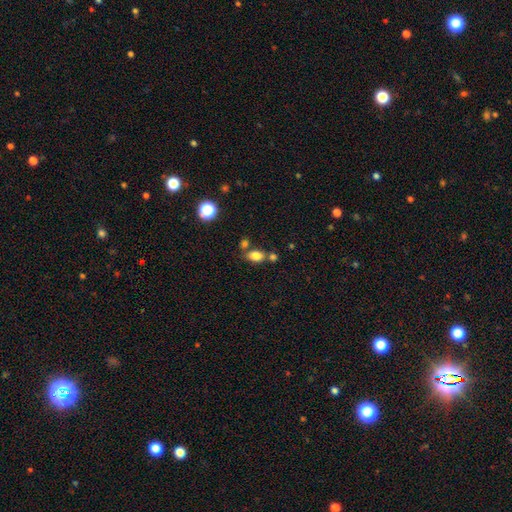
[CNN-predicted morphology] The model was most divided on "merging": none: 61%, merger: 22%, minor disturbance: 14%, major disturbance: 4%. More confident: smooth or featured — smooth (80%); how rounded — in between (80%).